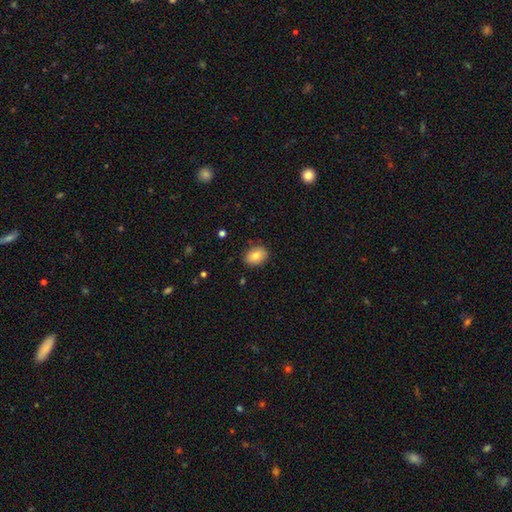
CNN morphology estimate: Smooth or featured? smooth (81%)
How rounded? in between (73%)
Merging? none (86%)